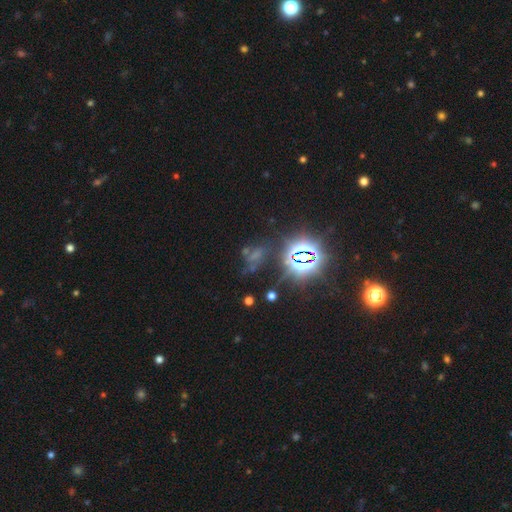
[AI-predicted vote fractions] The model was most divided on "smooth or featured": star or artifact: 62%, smooth: 22%, featured or disk: 16%.